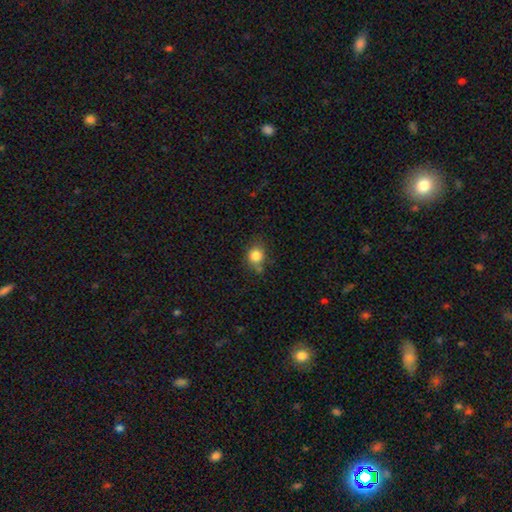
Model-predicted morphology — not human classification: This is clearly a smooth galaxy (83%). How rounded: likely round (78%). Merging: likely none (65%).